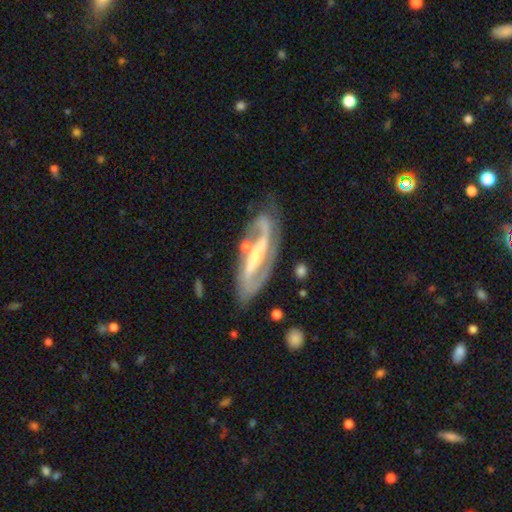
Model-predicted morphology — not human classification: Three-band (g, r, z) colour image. It shows a featured or disk galaxy (90%) with a strong bar (66%), 2 (92%) medium (51%) spiral arms (97%) and a small central bulge (46%). Merging: none (72%).